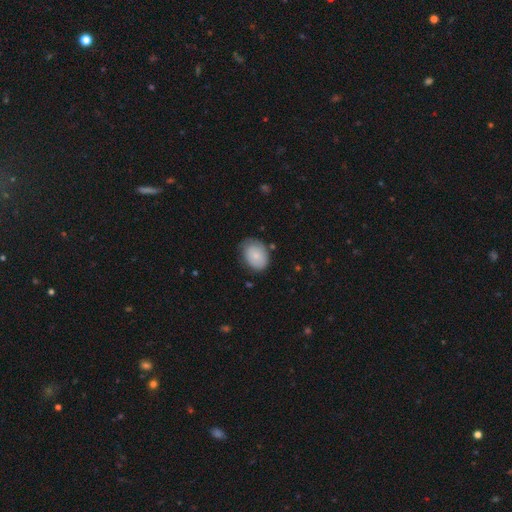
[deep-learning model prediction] This is likely a smooth galaxy (79%). How rounded: likely in between (71%). Merging: likely none (67%).